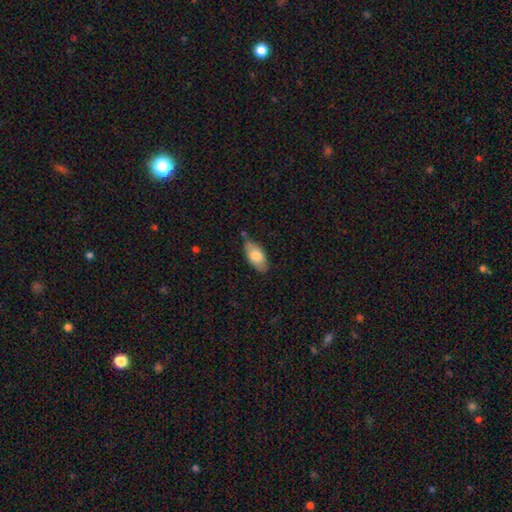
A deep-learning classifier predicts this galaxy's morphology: type=smooth (76%); roundness=in between (91%); merging=none (73%).